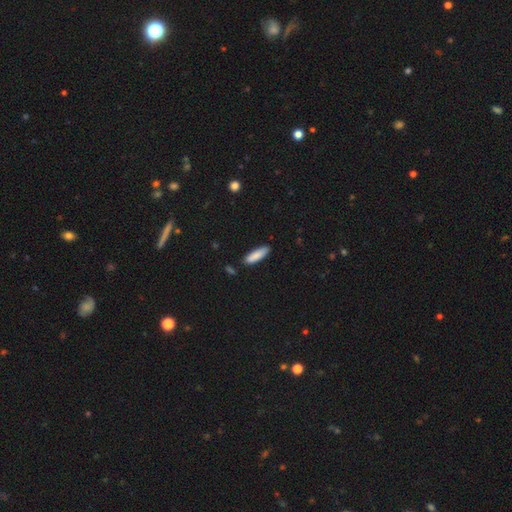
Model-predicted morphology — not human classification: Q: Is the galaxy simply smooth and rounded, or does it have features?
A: smooth — 86%.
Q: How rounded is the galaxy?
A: cigar-shaped — 64%.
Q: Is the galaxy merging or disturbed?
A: none — 84%.